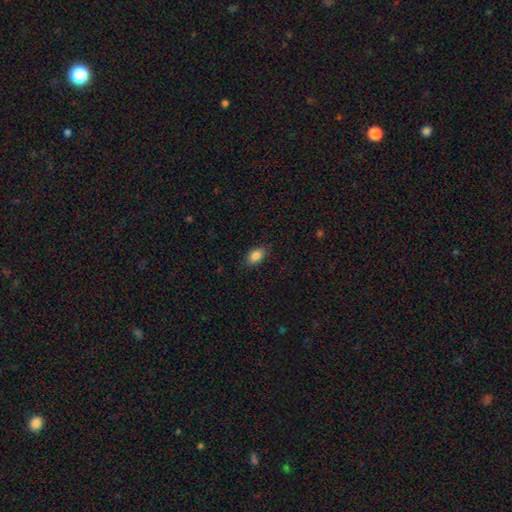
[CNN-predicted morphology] Overall: smooth (86%). How rounded: in between (84%). Merging: none (85%).